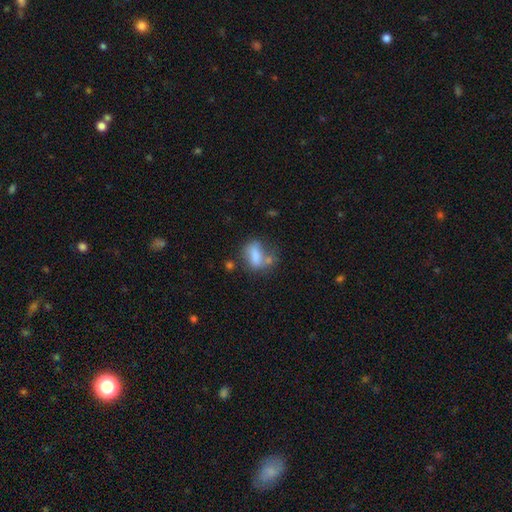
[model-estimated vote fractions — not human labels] The model was most divided on "merging": none: 38%, minor disturbance: 23%, merger: 23%, major disturbance: 17%. More confident: how rounded — in between (77%); smooth or featured — smooth (71%).